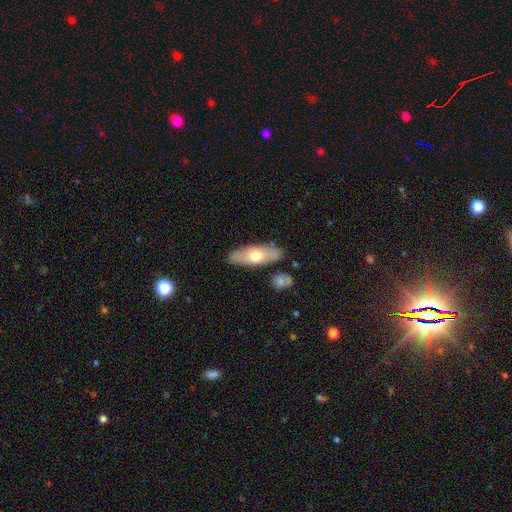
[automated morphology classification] Smooth or featured?
  - smooth: 57% *
  - featured or disk: 38%
  - star or artifact: 5%
How rounded?
  - in between: 69% *
  - cigar-shaped: 29%
  - round: 3%
Merging?
  - none: 84% *
  - minor disturbance: 11%
  - merger: 3%
  - major disturbance: 2%